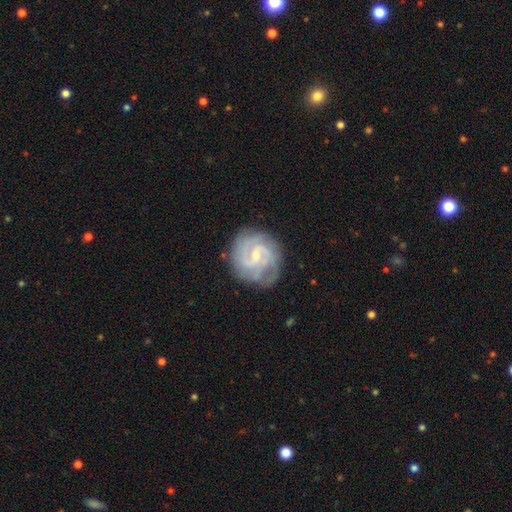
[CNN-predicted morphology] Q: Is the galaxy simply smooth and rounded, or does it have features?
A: featured or disk — 87%.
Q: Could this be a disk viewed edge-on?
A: no — 98%.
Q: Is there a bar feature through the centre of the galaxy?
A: weak — 58%.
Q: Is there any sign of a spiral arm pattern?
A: yes — 97%.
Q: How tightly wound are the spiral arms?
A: tight — 50%.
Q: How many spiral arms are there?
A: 2 — 53%.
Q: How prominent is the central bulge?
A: small — 67%.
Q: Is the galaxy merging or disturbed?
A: none — 76%.